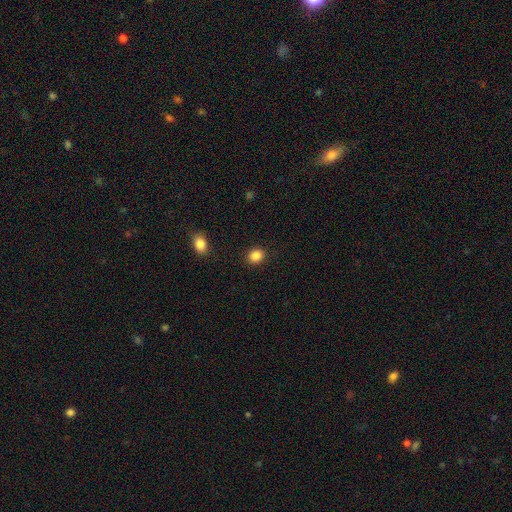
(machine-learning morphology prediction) Smooth or featured? Predicted: smooth (p=0.86). How rounded? Predicted: round (p=0.67). Merging? Predicted: none (p=0.90).